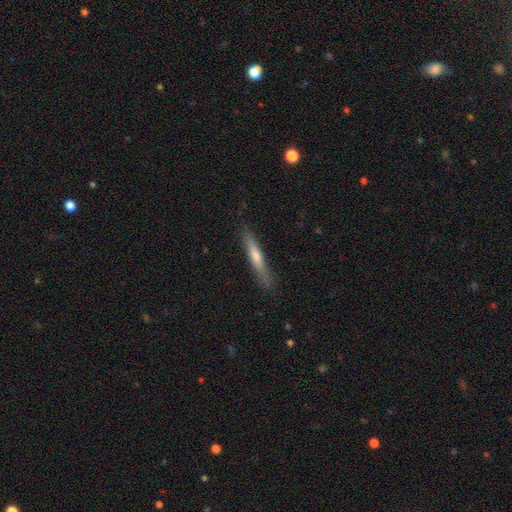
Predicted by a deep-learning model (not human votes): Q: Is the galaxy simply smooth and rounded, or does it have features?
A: smooth — 53%.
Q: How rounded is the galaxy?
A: cigar-shaped — 94%.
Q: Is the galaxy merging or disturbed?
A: none — 85%.